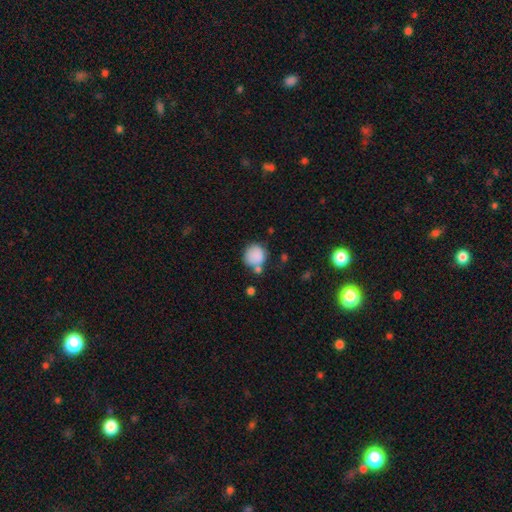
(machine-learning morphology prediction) type=smooth (85%); roundness=round (85%); merging=none (59%).